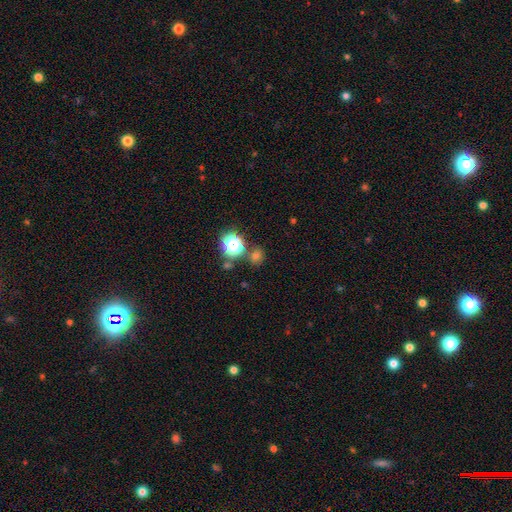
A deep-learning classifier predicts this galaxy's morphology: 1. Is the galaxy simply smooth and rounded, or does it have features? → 61% smooth, 33% star or artifact, 7% featured or disk.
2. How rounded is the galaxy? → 79% round, 19% in between, 1% cigar-shaped.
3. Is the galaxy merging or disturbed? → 76% none, 10% merger, 10% minor disturbance, 4% major disturbance.